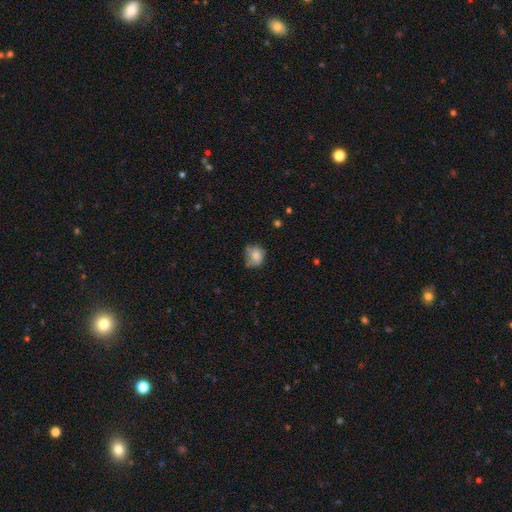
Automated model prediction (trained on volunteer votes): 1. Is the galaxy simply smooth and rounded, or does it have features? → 72% smooth, 19% featured or disk, 9% star or artifact.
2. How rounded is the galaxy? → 68% round, 31% in between, 1% cigar-shaped.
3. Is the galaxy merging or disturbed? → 49% none, 33% minor disturbance, 14% major disturbance, 4% merger.